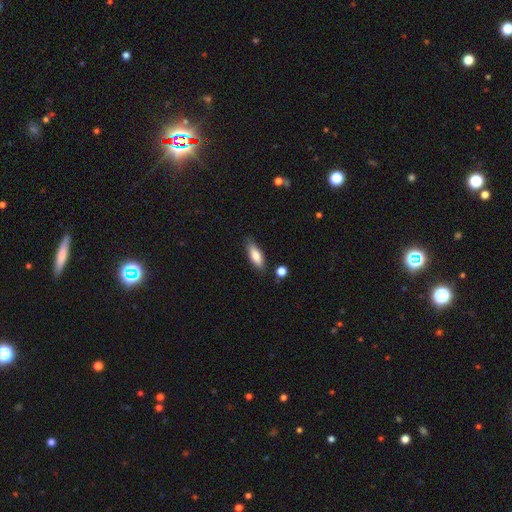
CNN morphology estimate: Smooth or featured? smooth (79%)
How rounded? in between (62%)
Merging? none (82%)